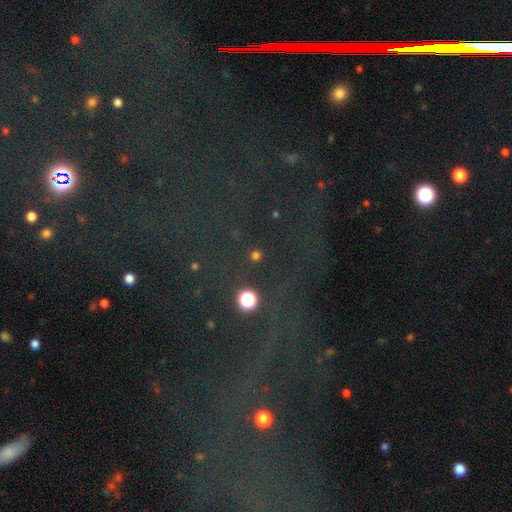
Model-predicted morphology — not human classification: This is possibly a star or artifact rather than a galaxy (51%).